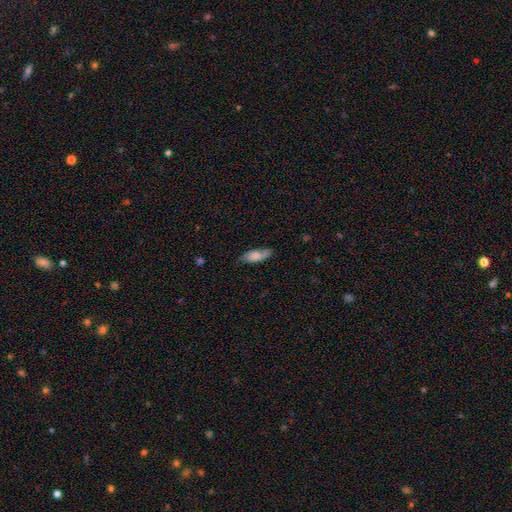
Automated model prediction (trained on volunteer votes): Smooth or featured? Predicted: smooth (p=0.67). How rounded? Predicted: in between (p=0.73). Merging? Predicted: none (p=0.65).